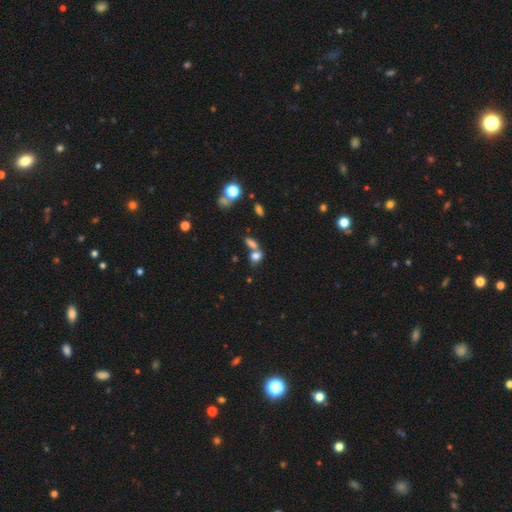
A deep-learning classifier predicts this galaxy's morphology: type=smooth (77%); roundness=in between (70%); merging=merger (48%).